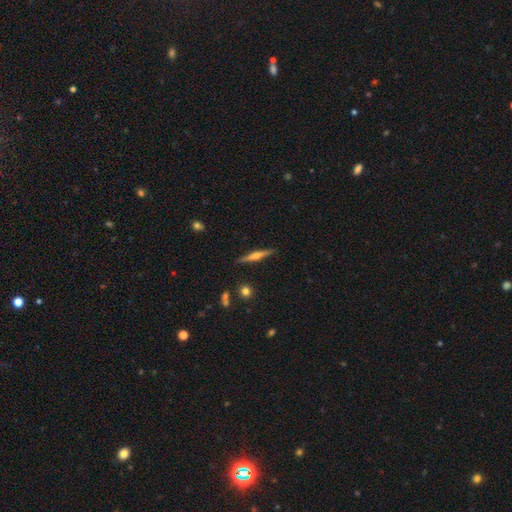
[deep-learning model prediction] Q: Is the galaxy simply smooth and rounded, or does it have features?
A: featured or disk — 62%.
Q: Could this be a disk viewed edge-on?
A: yes — 97%.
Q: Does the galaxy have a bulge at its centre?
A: rounded — 78%.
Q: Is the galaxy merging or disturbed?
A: none — 89%.